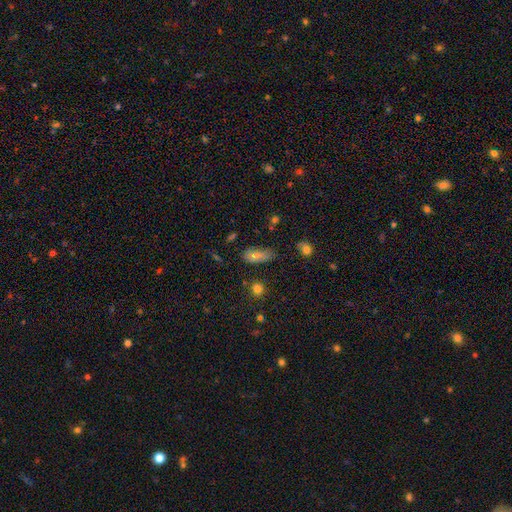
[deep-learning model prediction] The model was most divided on "merging": none: 54%, minor disturbance: 31%, major disturbance: 11%, merger: 4%. More confident: how rounded — in between (82%); smooth or featured — smooth (76%).